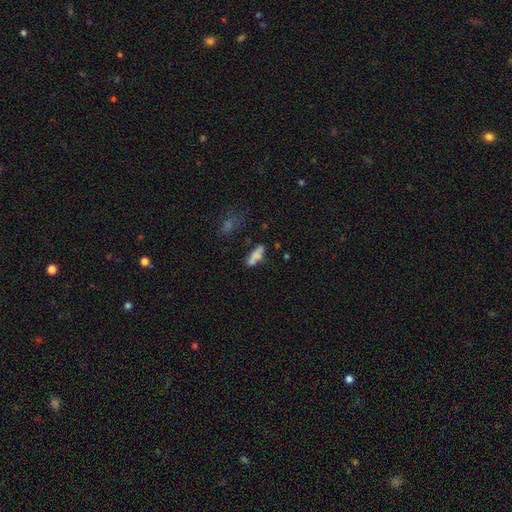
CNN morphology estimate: type=smooth (70%); roundness=in between (56%); merging=none (51%).